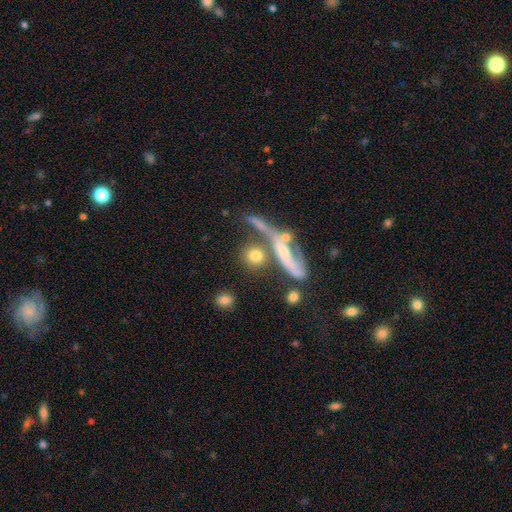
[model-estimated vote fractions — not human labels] Overall: smooth (69%). How rounded: round (68%). Merging: none (49%; merger 30%).